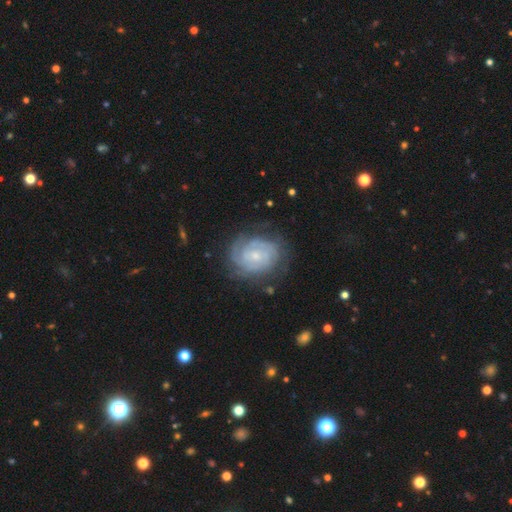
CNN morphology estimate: featured or disk 80%, smooth 14%, star or artifact 6%. Down the decision tree: edge-on disk — no (98%); bar — no (65%); spiral arms — yes (93%); spiral arm count — can't tell (40%); spiral winding — tight (75%); bulge size — small (69%); merging — none (72%).